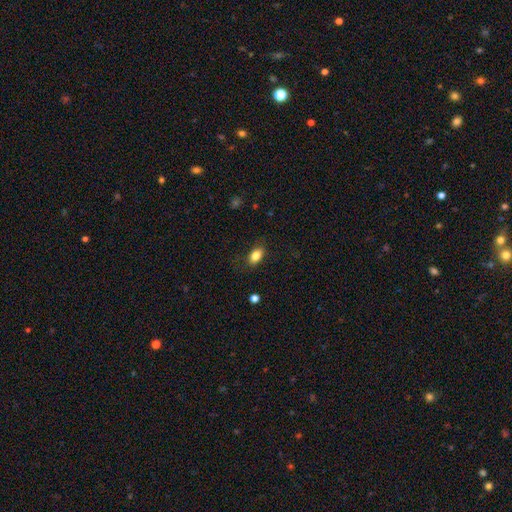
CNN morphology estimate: Smooth or featured?
  - smooth: 83% *
  - featured or disk: 9%
  - star or artifact: 9%
How rounded?
  - in between: 86% *
  - round: 11%
  - cigar-shaped: 3%
Merging?
  - none: 80% *
  - minor disturbance: 15%
  - major disturbance: 4%
  - merger: 1%